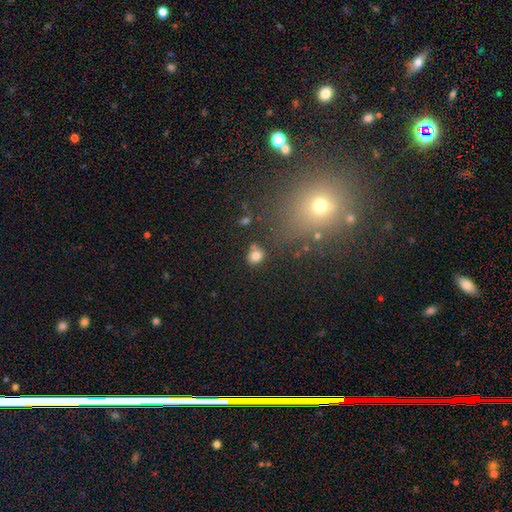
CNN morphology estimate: Smooth or featured? Predicted: smooth (p=0.80). How rounded? Predicted: round (p=0.71). Merging? Predicted: none (p=0.71).